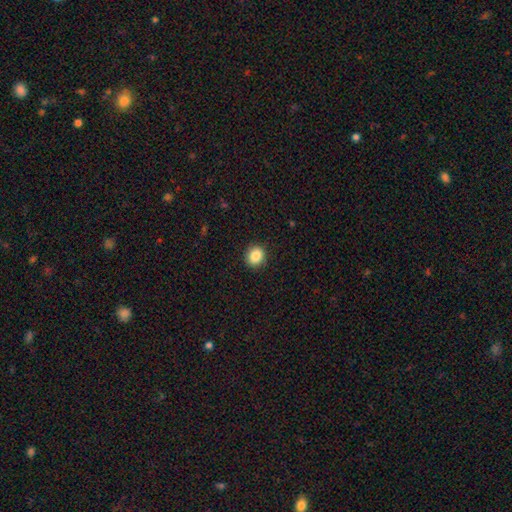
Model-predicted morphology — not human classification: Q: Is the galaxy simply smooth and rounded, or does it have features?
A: smooth — 87%.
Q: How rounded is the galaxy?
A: round — 74%.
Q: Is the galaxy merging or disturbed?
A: none — 91%.